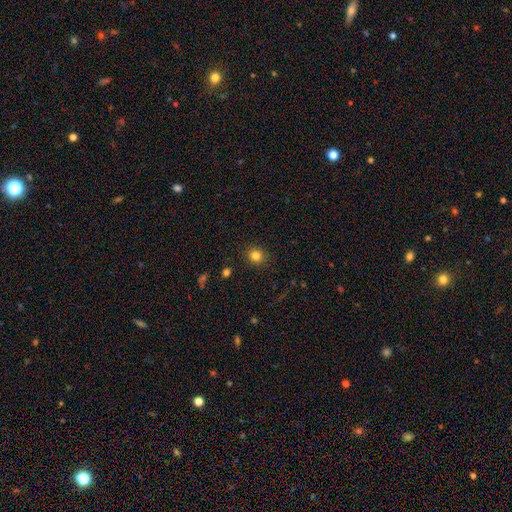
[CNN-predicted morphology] Smooth or featured? Predicted: smooth (p=0.82). How rounded? Predicted: round (p=0.82). Merging? Predicted: none (p=0.89).